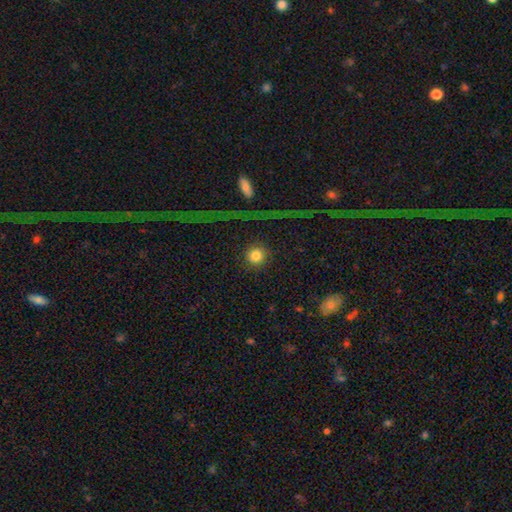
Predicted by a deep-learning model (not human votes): smooth 80%, star or artifact 12%, featured or disk 8%. Down the decision tree: how rounded — round (94%); merging — none (86%).